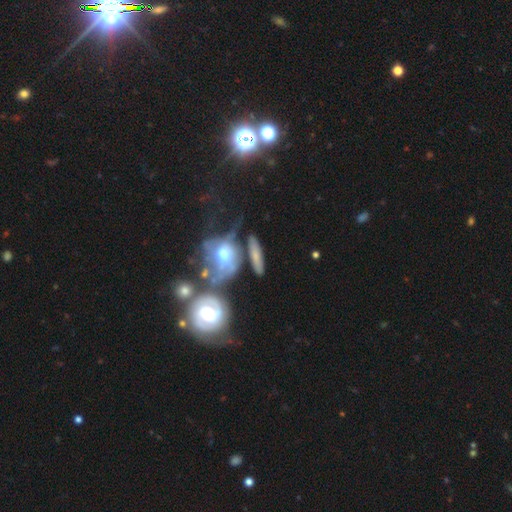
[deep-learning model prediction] smooth 50%, featured or disk 40%, star or artifact 10%. Down the decision tree: how rounded — cigar-shaped (40%); merging — none (49%).